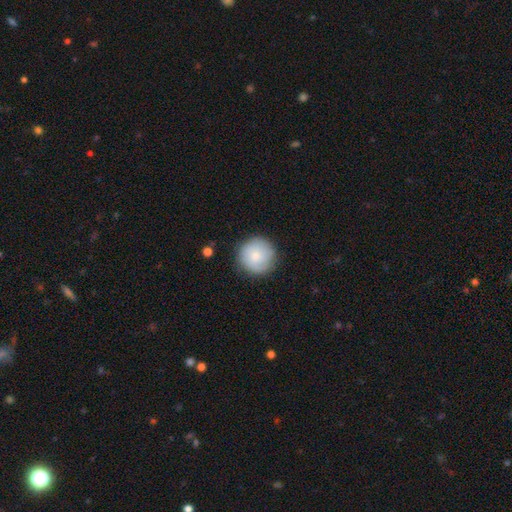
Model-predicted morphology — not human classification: smooth-or-featured: smooth: 74% | featured or disk: 19% | star or artifact: 6%
  how-rounded: round: 95% | in between: 4% | cigar-shaped: 1%
  merging: none: 84% | minor disturbance: 12% | major disturbance: 3% | merger: 1%